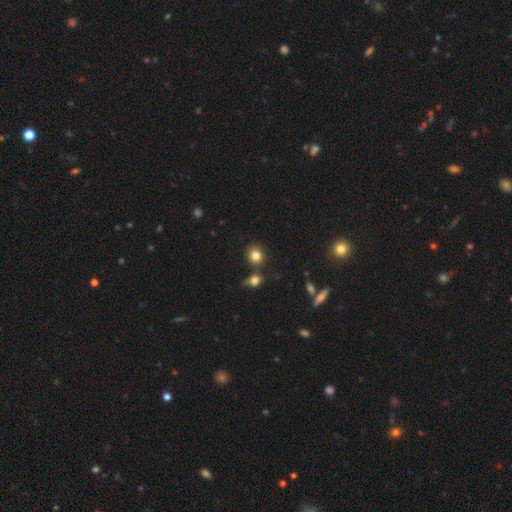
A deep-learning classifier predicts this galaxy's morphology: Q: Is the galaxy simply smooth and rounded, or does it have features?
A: smooth — 82%.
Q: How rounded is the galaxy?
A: round — 80%.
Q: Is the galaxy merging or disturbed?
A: none — 73%.